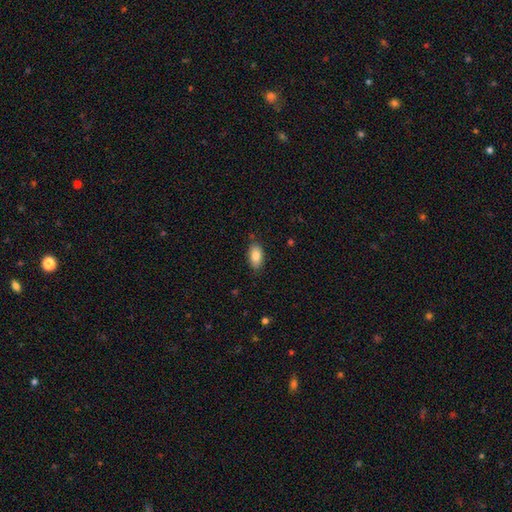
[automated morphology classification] smooth 84%, featured or disk 9%, star or artifact 7%. Down the decision tree: how rounded — in between (92%); merging — none (82%).